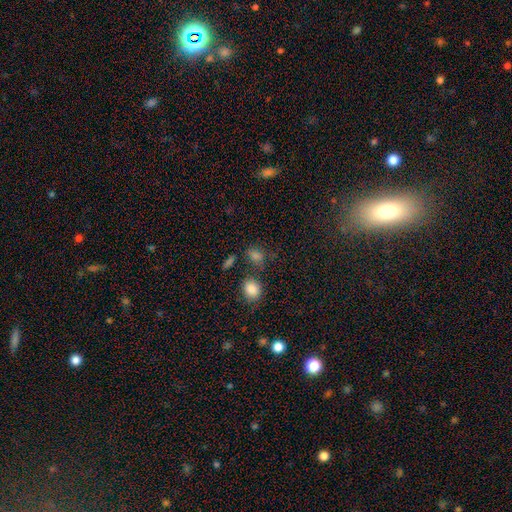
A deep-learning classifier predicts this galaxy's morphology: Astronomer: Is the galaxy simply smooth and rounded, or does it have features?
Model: smooth — 77%.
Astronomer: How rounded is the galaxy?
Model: in between — 59% (runner-up: round, 38%).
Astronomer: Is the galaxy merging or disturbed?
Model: none — 64%.